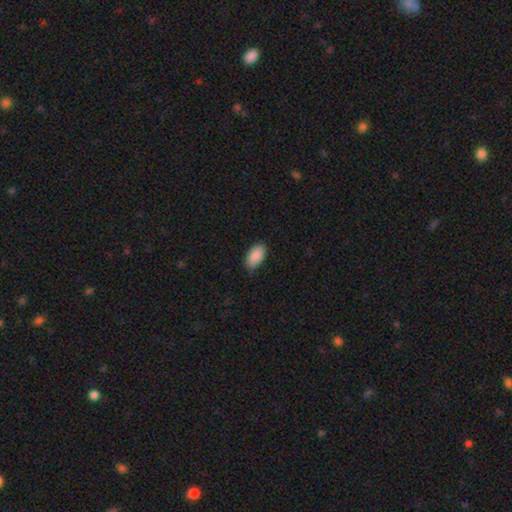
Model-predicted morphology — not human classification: Smooth or featured?
  - smooth: 90% *
  - star or artifact: 6%
  - featured or disk: 4%
How rounded?
  - in between: 95% *
  - round: 3%
  - cigar-shaped: 2%
Merging?
  - none: 80% *
  - minor disturbance: 16%
  - major disturbance: 3%
  - merger: 1%